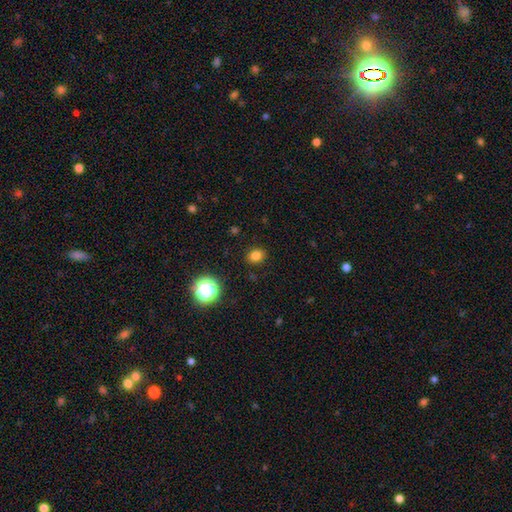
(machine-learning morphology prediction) This is clearly a smooth galaxy (80%). How rounded: possibly round (56%). Merging: clearly none (89%).